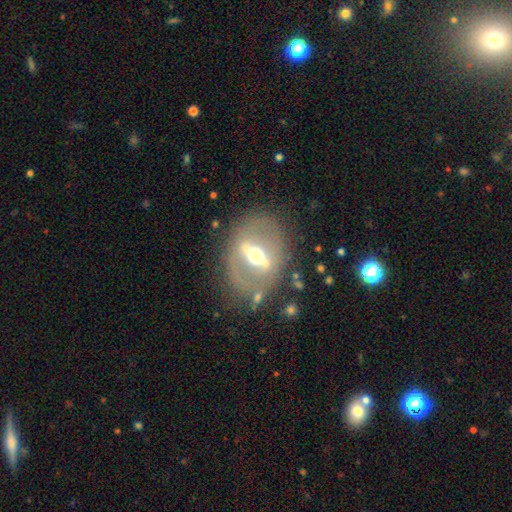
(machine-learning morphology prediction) smooth-or-featured: featured or disk: 77% | smooth: 16% | star or artifact: 7%
  disk-edge-on: no: 71% | yes: 29%
    bar: strong: 76% | weak: 17% | no: 7%
    has-spiral-arms: no: 79% | yes: 21%
    bulge-size: moderate: 71% | small: 13% | large: 13% | dominant: 1% | none: 1%
  merging: none: 76% | minor disturbance: 13% | major disturbance: 8% | merger: 3%